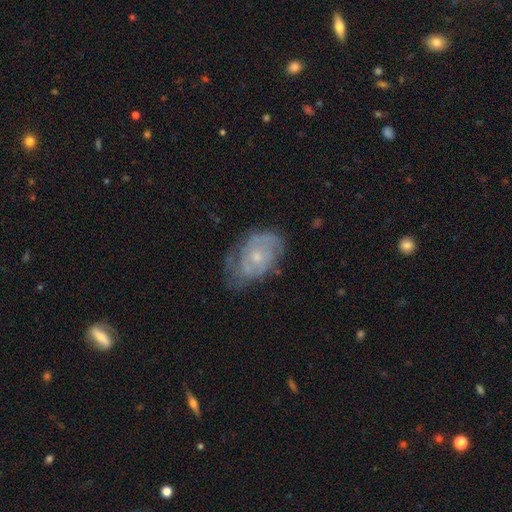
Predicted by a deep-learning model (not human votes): Q: Smooth or featured?
A: featured or disk (70%); runner-up: smooth (22%)
Q: Edge-on disk?
A: no (96%); runner-up: yes (4%)
Q: Bar?
A: no (77%); runner-up: weak (20%)
Q: Spiral arms?
A: yes (80%); runner-up: no (20%)
Q: Spiral winding?
A: tight (58%); runner-up: medium (32%)
Q: Spiral arm count?
A: can't tell (43%); runner-up: 2 (37%)
Q: Bulge size?
A: small (61%); runner-up: moderate (33%)
Q: Merging?
A: none (62%); runner-up: minor disturbance (25%)